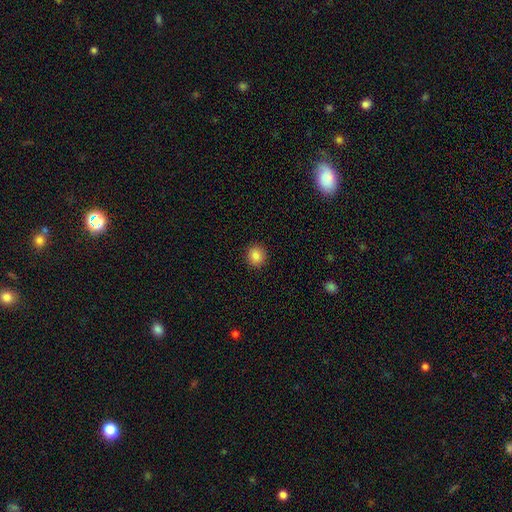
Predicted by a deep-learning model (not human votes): This appears to be a smooth galaxy with no disk features (86%) that is round (87%). Merging: none (92%).